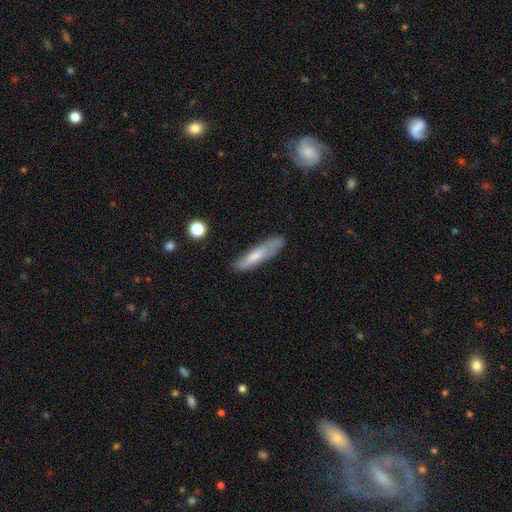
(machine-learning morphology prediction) Smooth or featured? smooth (62%)
How rounded? cigar-shaped (79%)
Merging? none (73%)